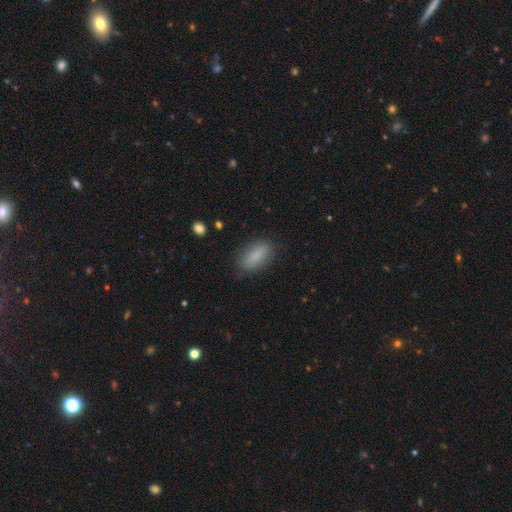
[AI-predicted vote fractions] This appears to be a smooth galaxy with no disk features (85%) that is in between round and cigar-shaped (78%). Merging: none (81%).